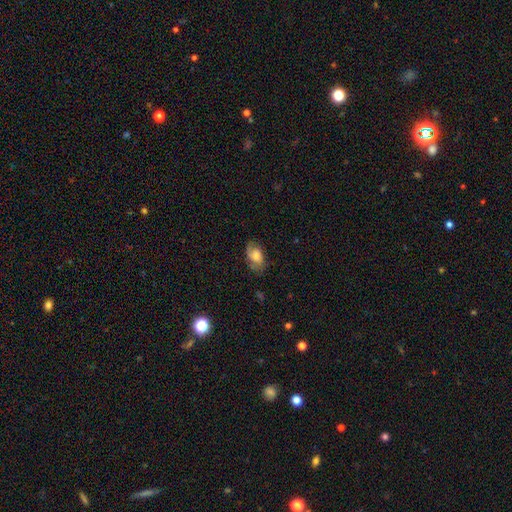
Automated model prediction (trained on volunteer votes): A smooth galaxy with no disk features (50%).

Vote fractions:
- Smooth or featured? smooth: 50% / featured or disk: 42% / star or artifact: 9%
- Merging? none: 66% / minor disturbance: 23% / major disturbance: 10% / merger: 1%